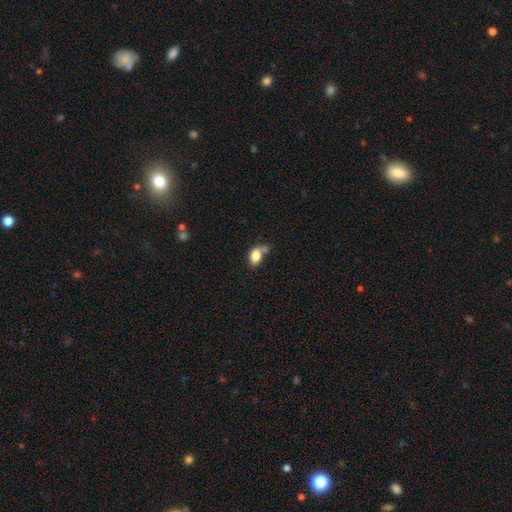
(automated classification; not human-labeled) Overall: smooth (81%). How rounded: in between (83%). Merging: none (39%; merger 28%).